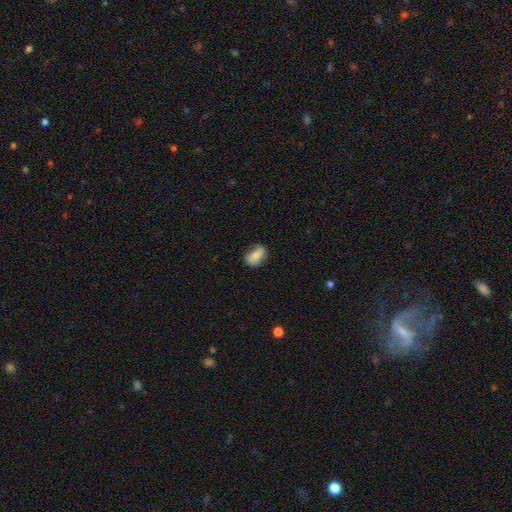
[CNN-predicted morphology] A smooth galaxy with no disk features (76%) that is in between round and cigar-shaped (86%). Merging: none (66%).